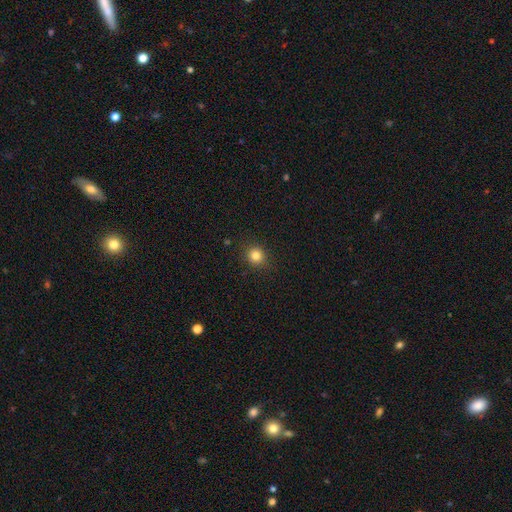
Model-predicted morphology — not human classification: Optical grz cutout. It shows a smooth galaxy with no disk features (82%) that is round (85%). Merging: none (89%).